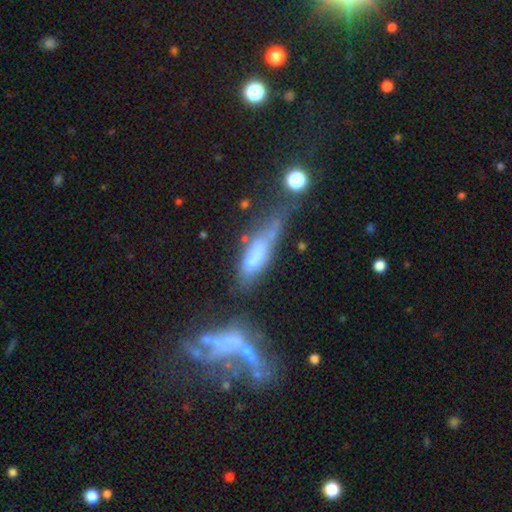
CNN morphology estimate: Overall: smooth (47%; featured or disk 42%). Merging: none (28%; major disturbance 26%).